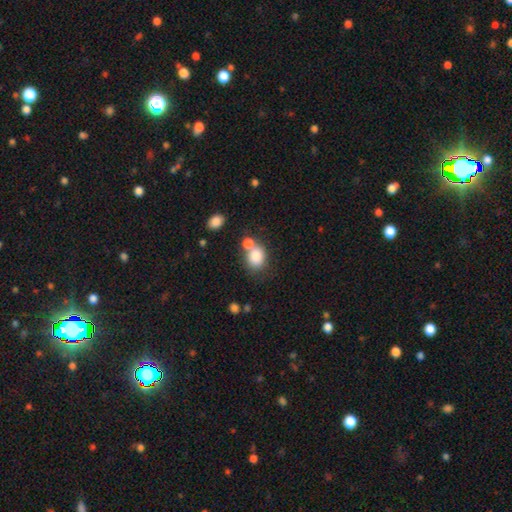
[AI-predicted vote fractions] Overall: smooth (82%). How rounded: round (57%; in between 42%). Merging: none (50%; merger 33%).